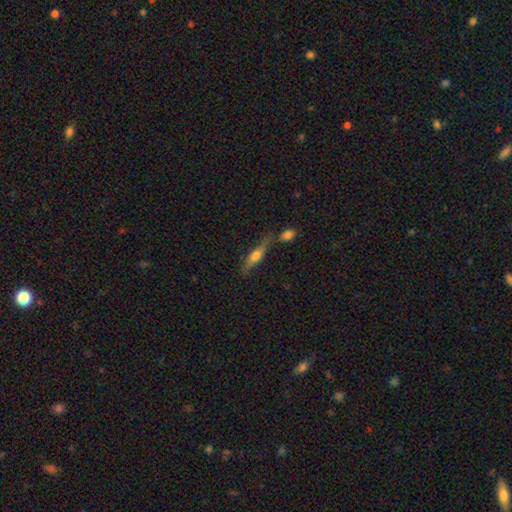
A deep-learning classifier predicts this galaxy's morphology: Q: Smooth or featured?
A: smooth (50%); runner-up: featured or disk (42%)
Q: Merging?
A: none (58%); runner-up: minor disturbance (19%)